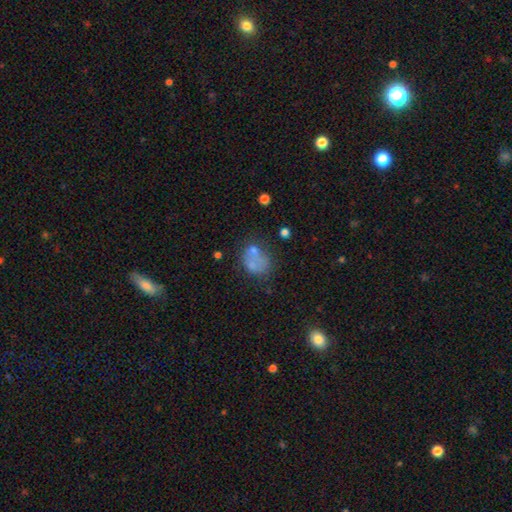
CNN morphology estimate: Smooth or featured? Predicted: smooth (p=0.60). How rounded? Predicted: in between (p=0.52). Merging? Predicted: none (p=0.39).